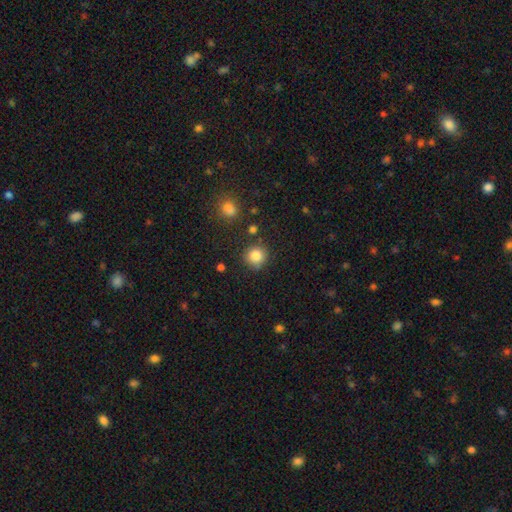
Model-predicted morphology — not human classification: Overall: smooth (84%). How rounded: round (91%). Merging: none (84%).